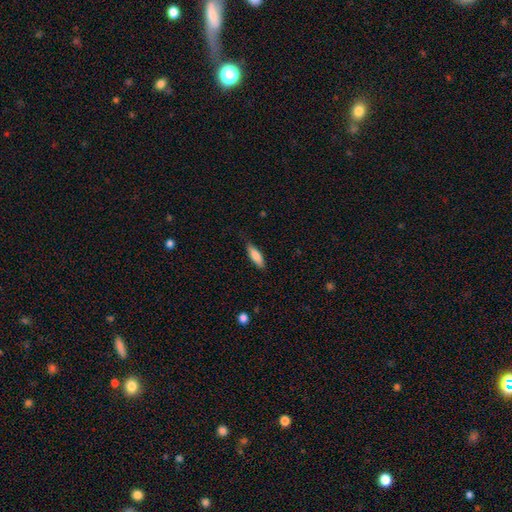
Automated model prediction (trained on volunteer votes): Morphology: type=smooth (83%); roundness=in between (53%); merging=none (79%).